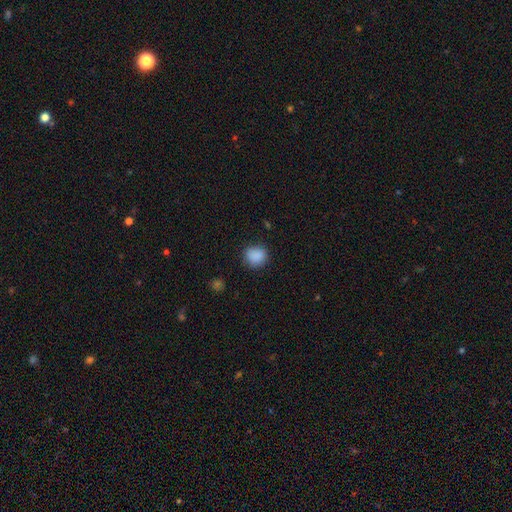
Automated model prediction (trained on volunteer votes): Smooth or featured? Predicted: smooth (p=0.88). How rounded? Predicted: round (p=0.78). Merging? Predicted: none (p=0.83).